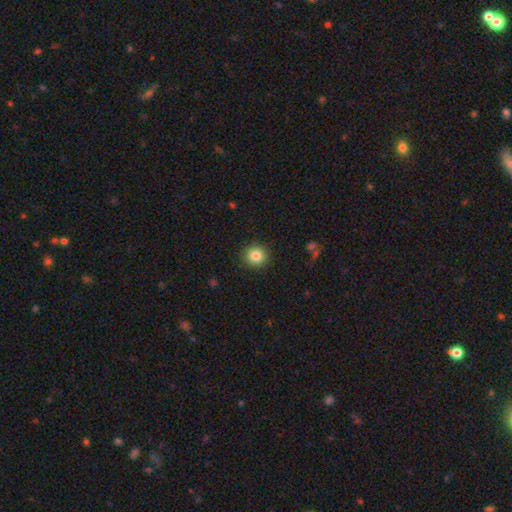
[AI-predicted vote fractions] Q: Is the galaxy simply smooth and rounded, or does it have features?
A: smooth — 84%.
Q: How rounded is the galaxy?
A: round — 92%.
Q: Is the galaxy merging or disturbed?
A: none — 91%.